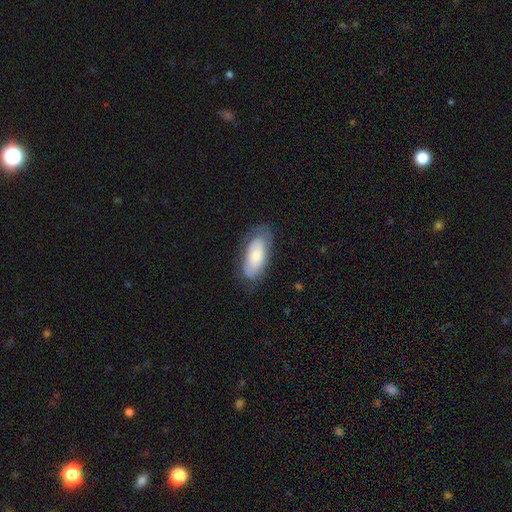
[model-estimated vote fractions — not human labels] smooth-or-featured: smooth: 62% | featured or disk: 32% | star or artifact: 6%
  how-rounded: in between: 88% | cigar-shaped: 9% | round: 3%
  merging: none: 70% | minor disturbance: 21% | major disturbance: 7% | merger: 1%